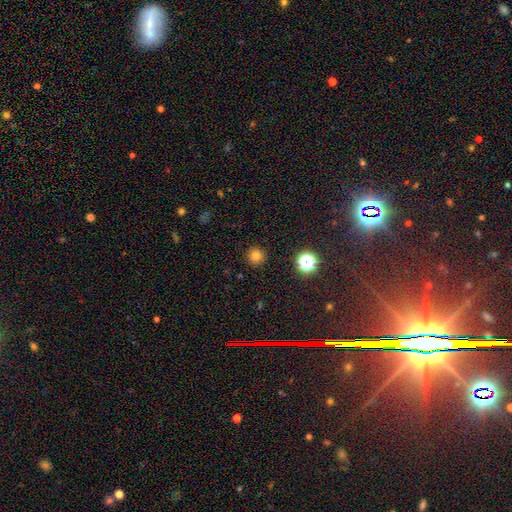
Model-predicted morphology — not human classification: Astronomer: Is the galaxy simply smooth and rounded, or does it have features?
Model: smooth — 78%.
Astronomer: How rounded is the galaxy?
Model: round — 95%.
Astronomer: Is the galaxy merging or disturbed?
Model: none — 91%.